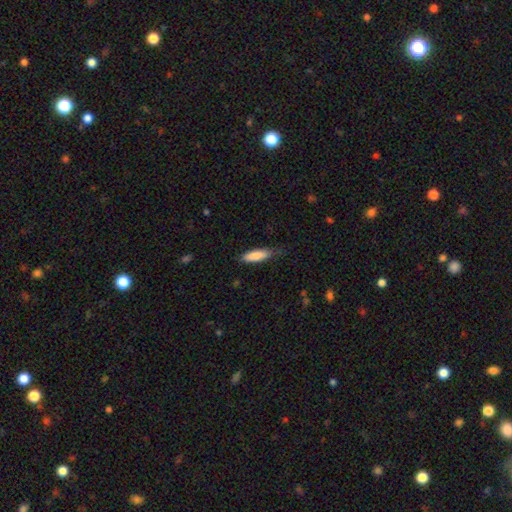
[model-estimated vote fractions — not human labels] smooth_or_featured: smooth (p=0.85) [alt: featured or disk p=0.09]
how_rounded: in between (p=0.50) [alt: cigar-shaped p=0.48]
merging: none (p=0.71) [alt: minor disturbance p=0.24]